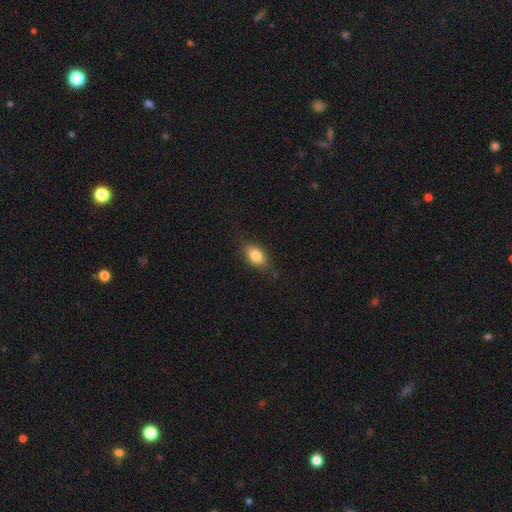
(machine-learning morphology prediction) This appears to be a smooth galaxy with no disk features (82%) that is in between round and cigar-shaped (81%). Merging: none (78%).